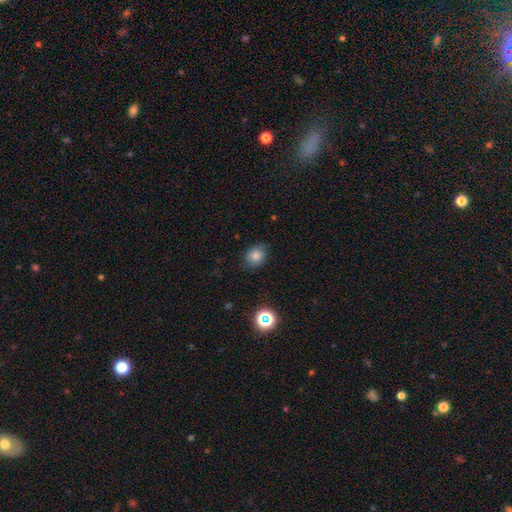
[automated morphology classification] Smooth or featured: smooth — 78% (star or artifact — 13%)
How rounded: round — 64% (in between — 35%)
Merging: none — 80% (minor disturbance — 15%)